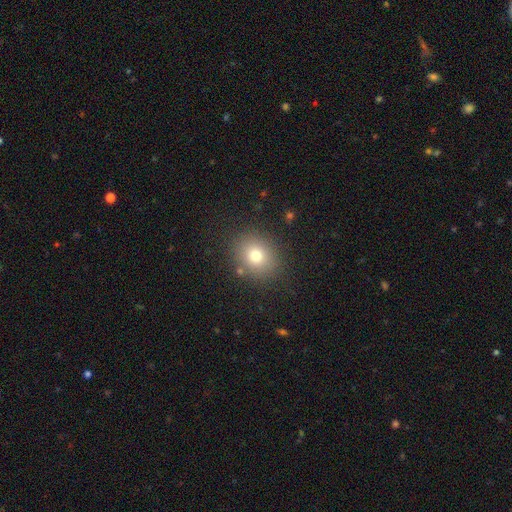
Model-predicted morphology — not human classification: type=smooth (74%); roundness=round (71%); merging=none (85%).